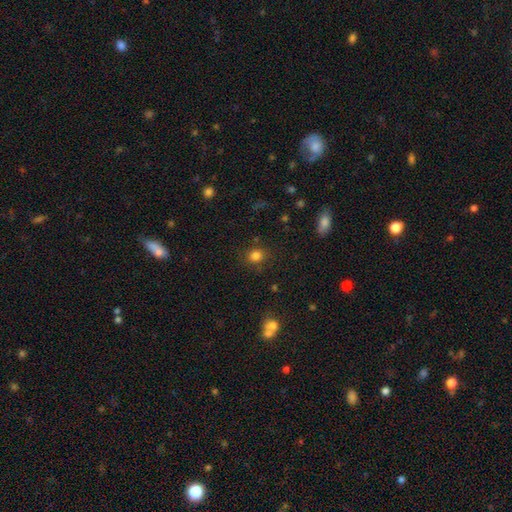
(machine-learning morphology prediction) Overall: smooth (81%). How rounded: round (78%). Merging: none (82%).